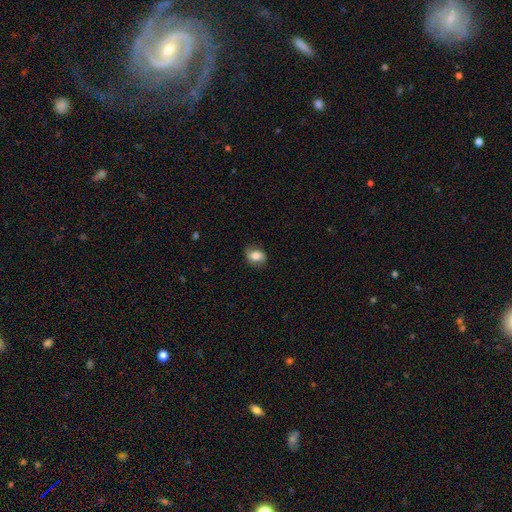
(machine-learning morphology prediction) Q: Smooth or featured?
A: smooth (72%); runner-up: featured or disk (19%)
Q: How rounded?
A: in between (64%); runner-up: round (34%)
Q: Merging?
A: none (77%); runner-up: minor disturbance (17%)